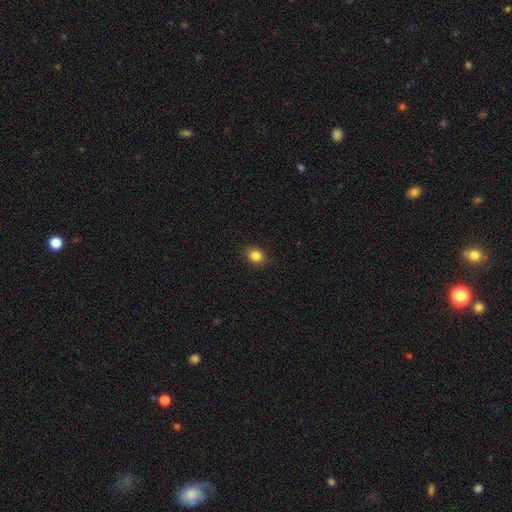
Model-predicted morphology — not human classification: type=smooth (84%); roundness=round (62%); merging=none (90%).